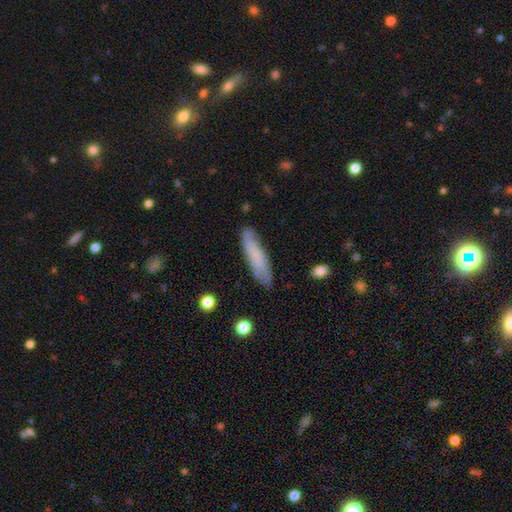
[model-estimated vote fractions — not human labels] The model was most divided on "smooth or featured": smooth: 65%, featured or disk: 28%, star or artifact: 7%. More confident: merging — none (82%); how rounded — cigar-shaped (71%).